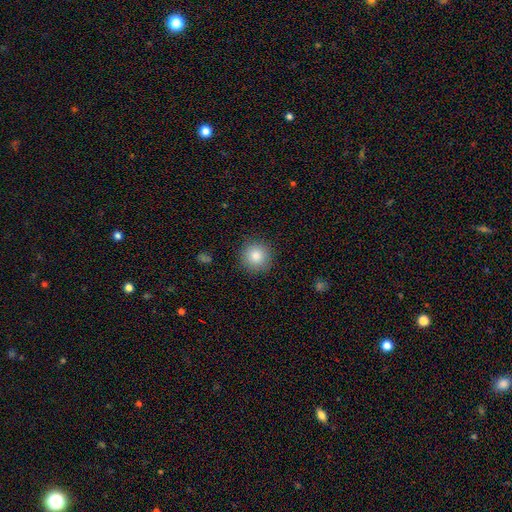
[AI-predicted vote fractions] Morphology: type=smooth (84%); roundness=round (94%); merging=none (90%).